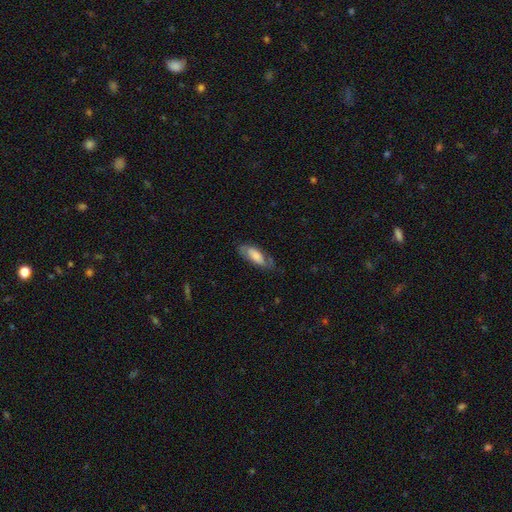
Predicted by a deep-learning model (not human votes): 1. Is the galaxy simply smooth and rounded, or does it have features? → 52% smooth, 41% featured or disk, 7% star or artifact.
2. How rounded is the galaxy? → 77% in between, 20% cigar-shaped, 2% round.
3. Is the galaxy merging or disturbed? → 66% none, 23% minor disturbance, 10% major disturbance, 2% merger.